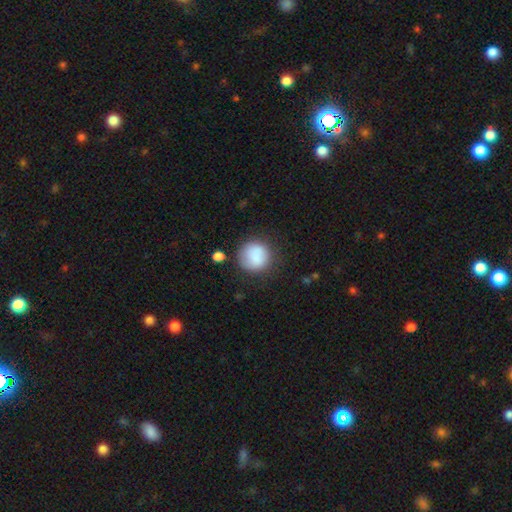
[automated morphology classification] Overall: smooth (85%). How rounded: round (90%). Merging: none (72%).